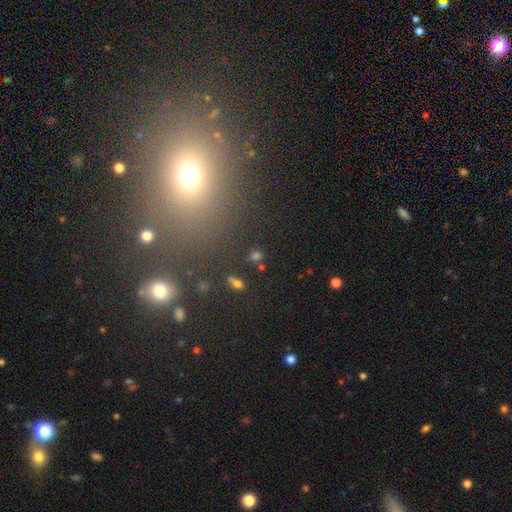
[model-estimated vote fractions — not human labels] Q: Smooth or featured?
A: smooth (59%); runner-up: star or artifact (31%)
Q: How rounded?
A: in between (48%); tied with: round (48%)
Q: Merging?
A: none (77%); runner-up: minor disturbance (10%)